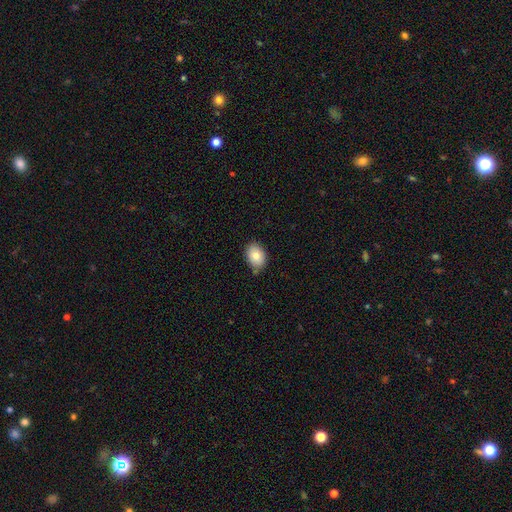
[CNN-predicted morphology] Smooth or featured: smooth — 81% (featured or disk — 11%)
How rounded: in between — 77% (round — 22%)
Merging: none — 75% (minor disturbance — 19%)